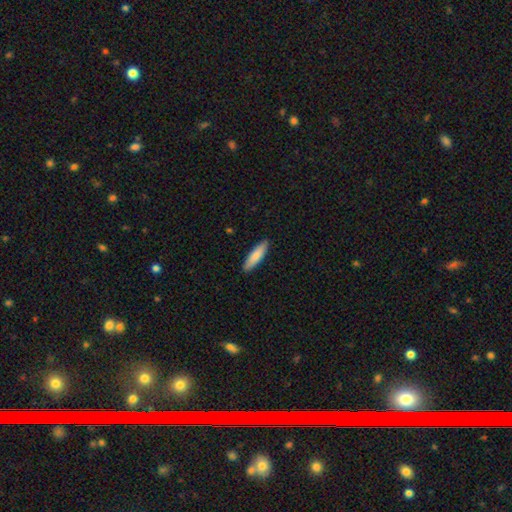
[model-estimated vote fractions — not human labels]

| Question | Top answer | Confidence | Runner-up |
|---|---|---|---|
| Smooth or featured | smooth | 83% | featured or disk (12%) |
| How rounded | cigar-shaped | 70% | in between (28%) |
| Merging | none | 90% | minor disturbance (7%) |